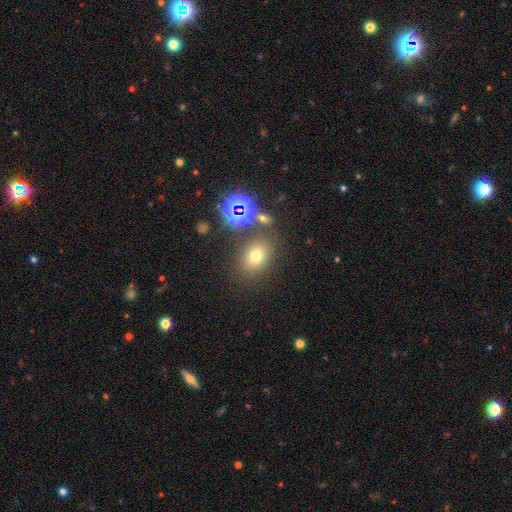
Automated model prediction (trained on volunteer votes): Q: Smooth or featured?
A: smooth (67%); runner-up: star or artifact (23%)
Q: How rounded?
A: in between (55%); runner-up: round (44%)
Q: Merging?
A: none (77%); runner-up: minor disturbance (11%)